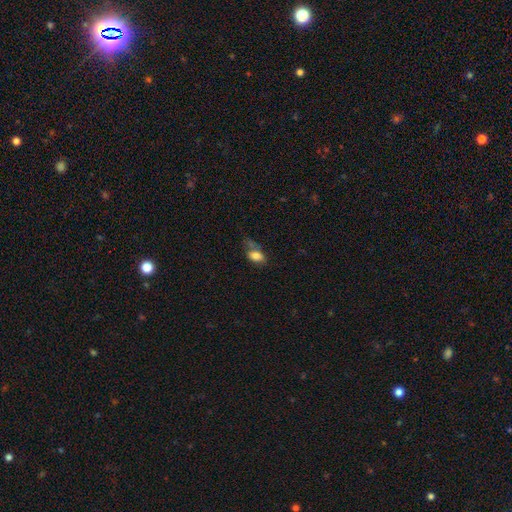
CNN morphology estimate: Smooth or featured?
  - smooth: 77% *
  - featured or disk: 13%
  - star or artifact: 10%
How rounded?
  - in between: 86% *
  - round: 10%
  - cigar-shaped: 4%
Merging?
  - none: 34% *
  - minor disturbance: 30%
  - major disturbance: 24%
  - merger: 11%